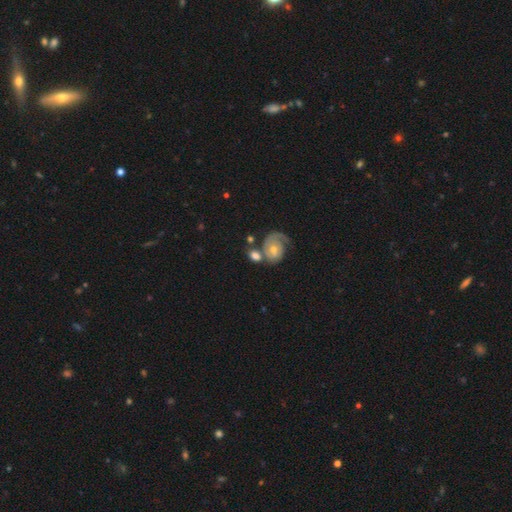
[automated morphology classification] Smooth or featured? Predicted: featured or disk (p=0.47). Merging? Predicted: none (p=0.45).